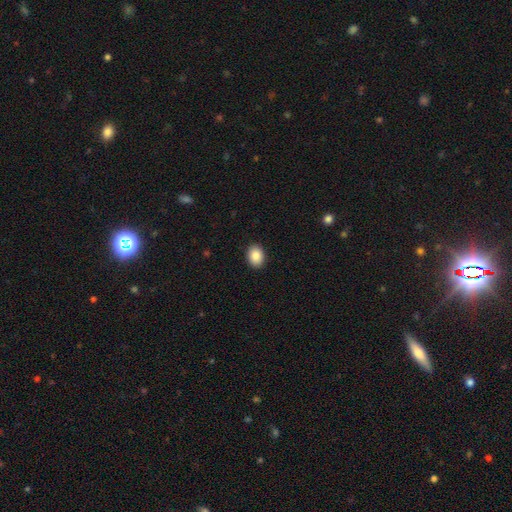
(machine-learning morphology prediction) A smooth galaxy with no disk features (87%) that is in between round and cigar-shaped (68%). Merging: none (91%).